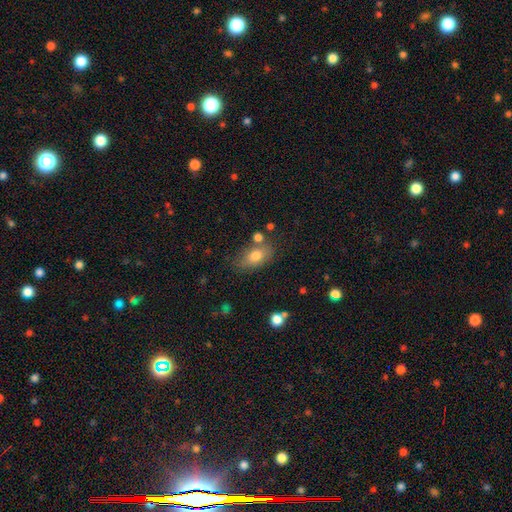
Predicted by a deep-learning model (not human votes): smooth-or-featured: smooth: 76% | featured or disk: 14% | star or artifact: 9%
  how-rounded: in between: 85% | round: 10% | cigar-shaped: 4%
  merging: none: 71% | minor disturbance: 16% | merger: 9% | major disturbance: 5%